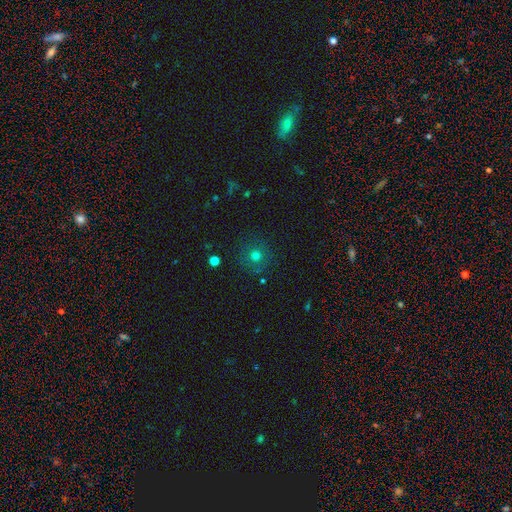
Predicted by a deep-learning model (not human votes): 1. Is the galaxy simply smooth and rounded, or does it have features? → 67% smooth, 18% star or artifact, 15% featured or disk.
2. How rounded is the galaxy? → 93% round, 6% in between, 1% cigar-shaped.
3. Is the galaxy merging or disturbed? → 83% none, 11% minor disturbance, 5% major disturbance, 2% merger.